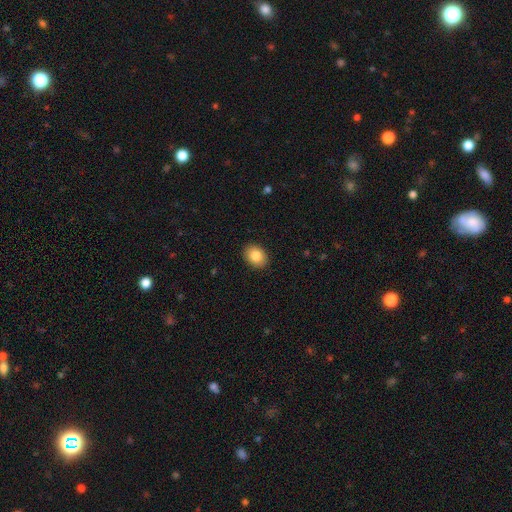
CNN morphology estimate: A smooth galaxy with no disk features (84%) that is in between round and cigar-shaped (64%). Merging: none (91%).